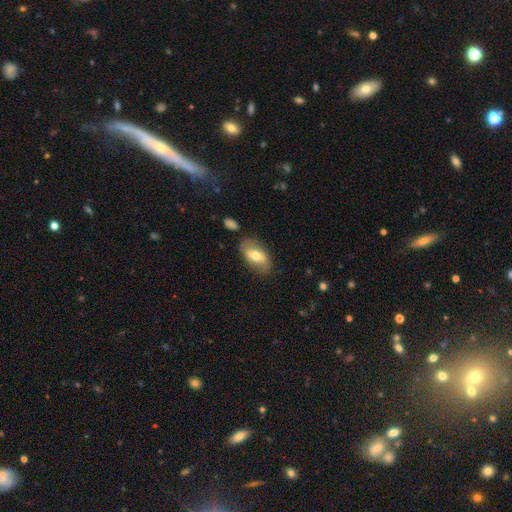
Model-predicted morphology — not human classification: smooth-or-featured: smooth: 56% | featured or disk: 37% | star or artifact: 7%
  how-rounded: in between: 91% | round: 6% | cigar-shaped: 3%
  merging: none: 76% | minor disturbance: 16% | major disturbance: 5% | merger: 3%